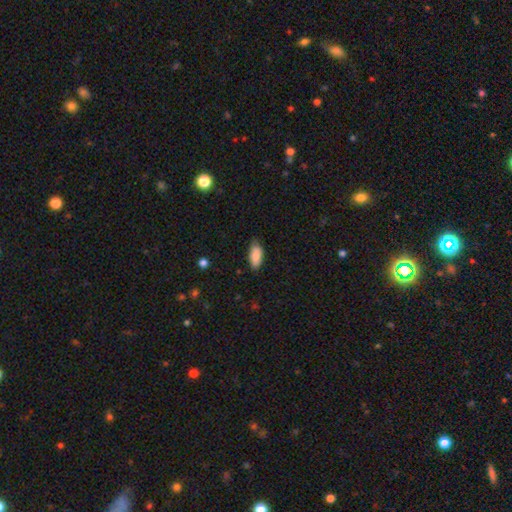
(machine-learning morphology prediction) This is clearly a smooth galaxy (88%). How rounded: clearly in between (86%). Merging: likely none (76%).